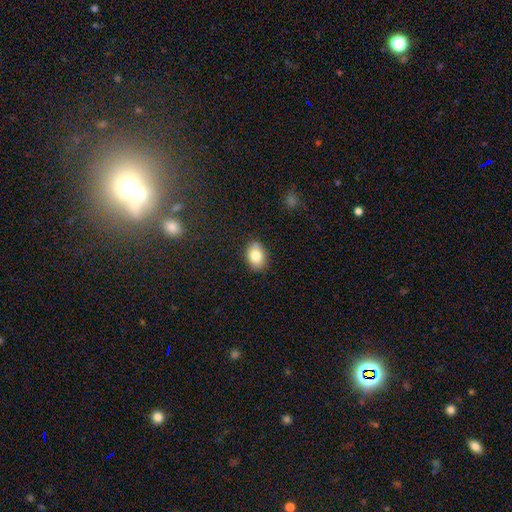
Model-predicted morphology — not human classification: This appears to be a smooth galaxy with no disk features (81%) that is in between round and cigar-shaped (73%). Merging: none (82%).